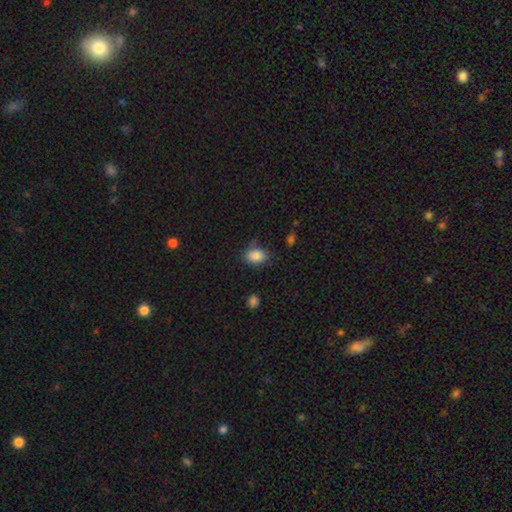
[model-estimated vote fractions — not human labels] This appears to be a smooth galaxy with no disk features (87%) that is in between round and cigar-shaped (80%). Merging: none (75%).